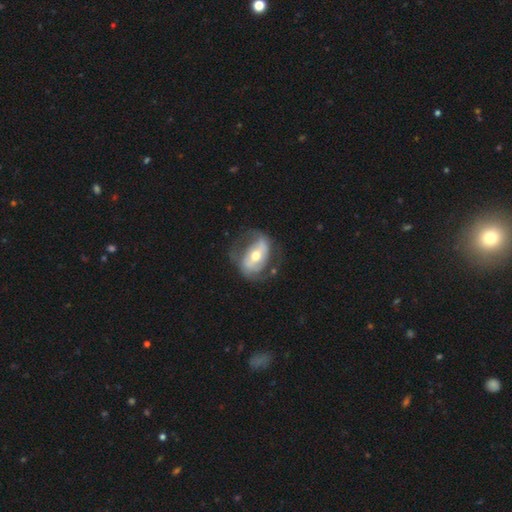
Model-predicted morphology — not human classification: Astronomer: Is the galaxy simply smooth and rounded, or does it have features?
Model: featured or disk — 72%.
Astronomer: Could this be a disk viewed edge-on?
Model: no — 93%.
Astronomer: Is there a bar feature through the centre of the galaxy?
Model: strong — 47% (runner-up: weak, 28%).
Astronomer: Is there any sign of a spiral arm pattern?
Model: yes — 68%.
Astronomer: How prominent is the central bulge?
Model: moderate — 67%.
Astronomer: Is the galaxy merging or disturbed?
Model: none — 57%.